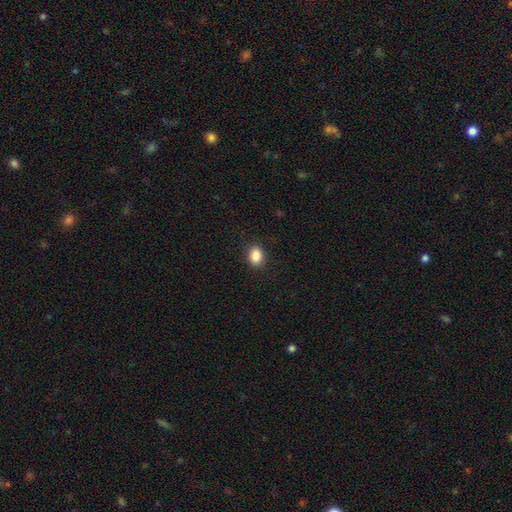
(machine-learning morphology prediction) This appears to be a smooth galaxy with no disk features (87%) that is in between round and cigar-shaped (62%). Merging: none (89%).